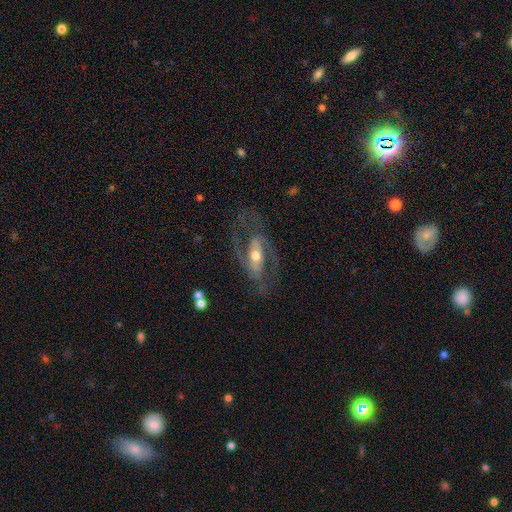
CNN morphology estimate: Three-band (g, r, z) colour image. It shows a featured or disk galaxy (83%) with a strong bar (39%), 2 (88%) medium (54%) spiral arms (89%) and a moderate central bulge (65%). Merging: none (68%).